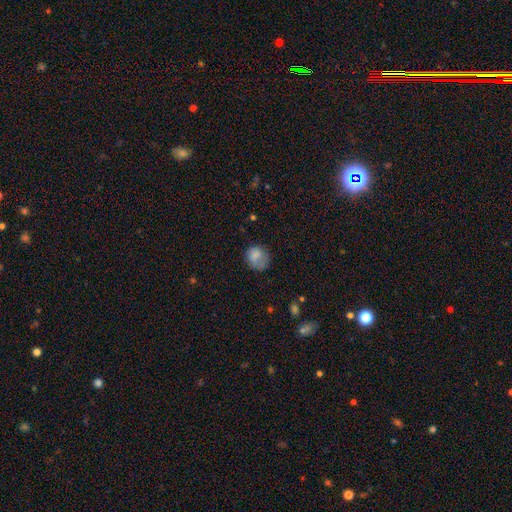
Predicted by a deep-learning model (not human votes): Morphology: type=smooth (78%); roundness=round (72%); merging=none (50%).